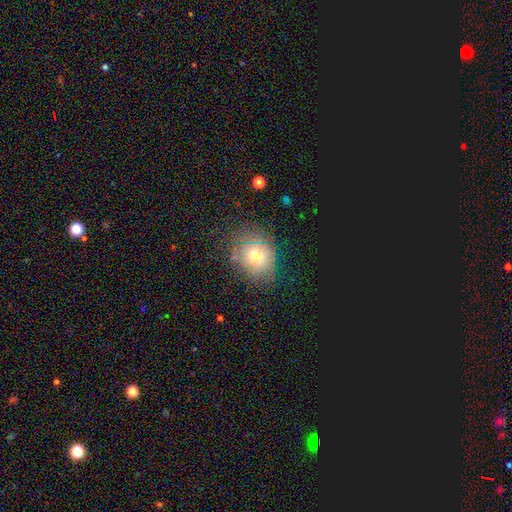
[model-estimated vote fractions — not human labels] Smooth or featured?
  - smooth: 64% *
  - featured or disk: 22%
  - star or artifact: 14%
How rounded?
  - round: 57% *
  - in between: 41%
  - cigar-shaped: 1%
Merging?
  - none: 70% *
  - minor disturbance: 20%
  - major disturbance: 7%
  - merger: 3%